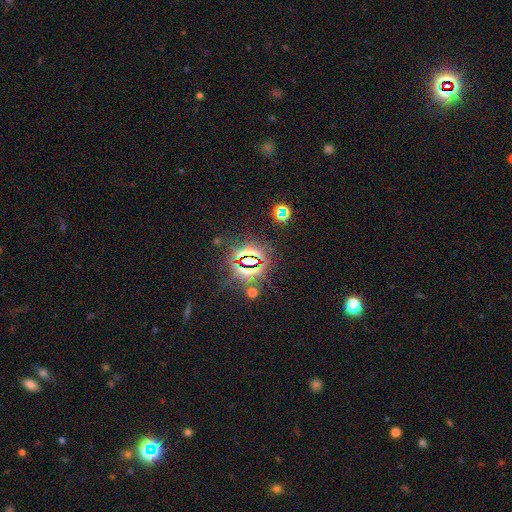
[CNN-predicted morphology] smooth-or-featured: star or artifact: 82% | smooth: 11% | featured or disk: 8%